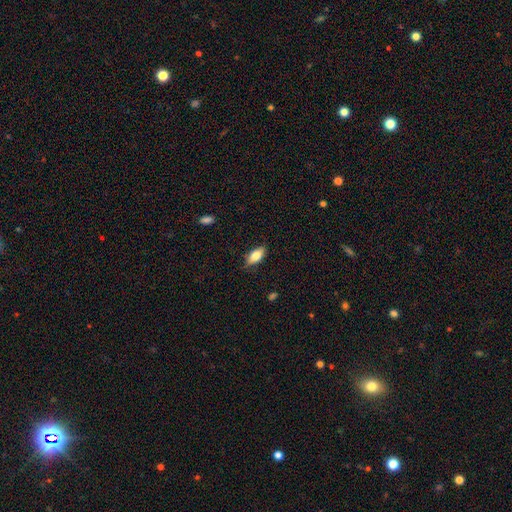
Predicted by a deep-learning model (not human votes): Smooth or featured: smooth — 74% (featured or disk — 19%)
How rounded: in between — 84% (cigar-shaped — 13%)
Merging: none — 80% (minor disturbance — 16%)